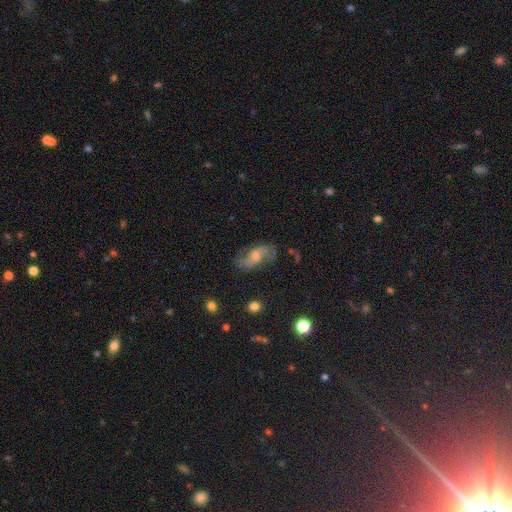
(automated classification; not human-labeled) Q: Smooth or featured?
A: featured or disk (65%); runner-up: smooth (23%)
Q: Edge-on disk?
A: no (91%); runner-up: yes (9%)
Q: Bar?
A: no (55%); runner-up: weak (36%)
Q: Spiral arms?
A: yes (86%); runner-up: no (14%)
Q: Spiral winding?
A: loose (49%); runner-up: medium (36%)
Q: Spiral arm count?
A: 2 (83%); runner-up: can't tell (10%)
Q: Bulge size?
A: moderate (51%); runner-up: small (38%)
Q: Merging?
A: none (70%); runner-up: minor disturbance (19%)